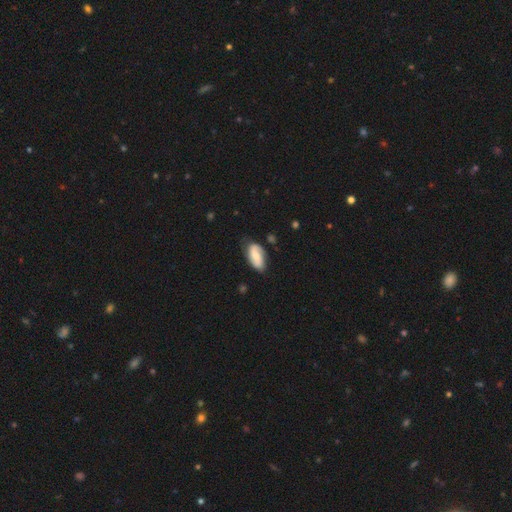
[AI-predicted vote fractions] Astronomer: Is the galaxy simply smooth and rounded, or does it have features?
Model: smooth — 47% (runner-up: featured or disk, 46%).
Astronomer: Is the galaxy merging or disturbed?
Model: none — 66%.